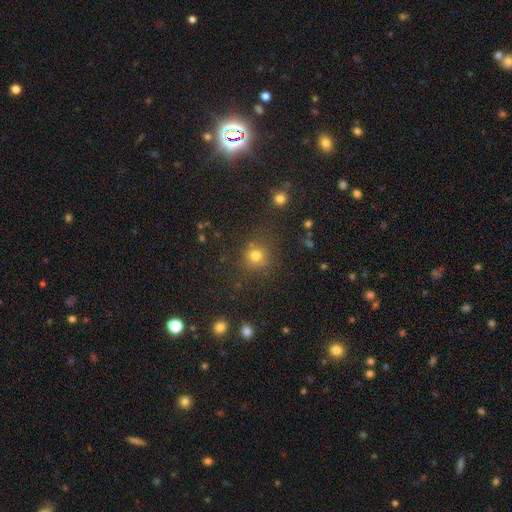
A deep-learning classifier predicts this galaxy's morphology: This appears to be a smooth galaxy with no disk features (75%) that is round (90%). Merging: none (77%).